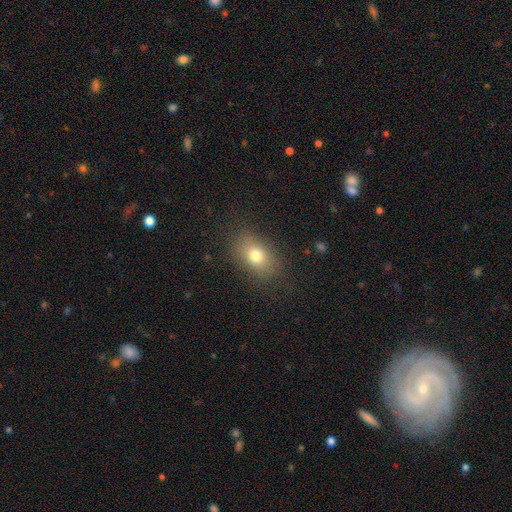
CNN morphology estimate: This is likely a smooth galaxy (76%). How rounded: likely in between (74%). Merging: clearly none (81%).